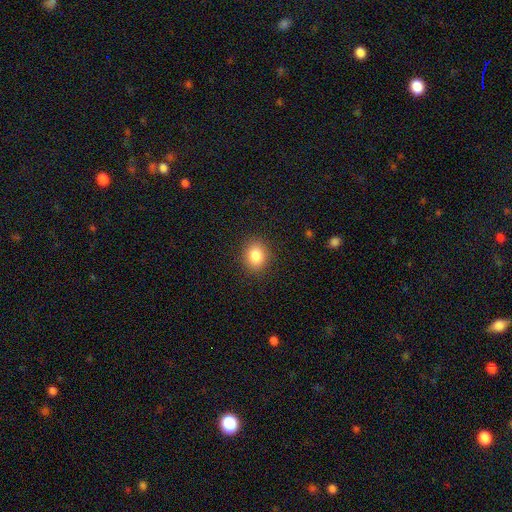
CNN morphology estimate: Overall: smooth (84%). How rounded: round (61%; in between 38%). Merging: none (89%).